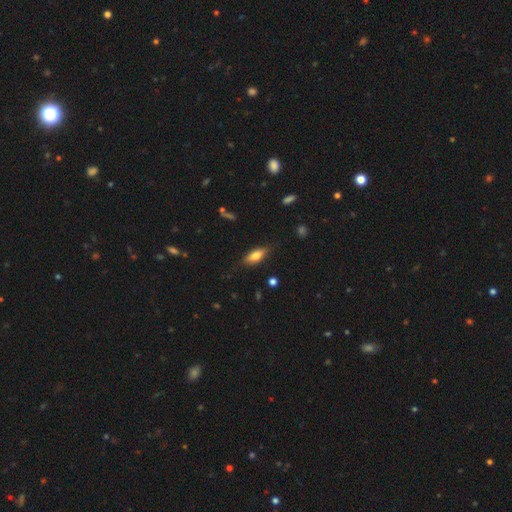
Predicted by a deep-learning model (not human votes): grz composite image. It shows a smooth galaxy with no disk features (69%) that is in between round and cigar-shaped (69%). Merging: none (79%).